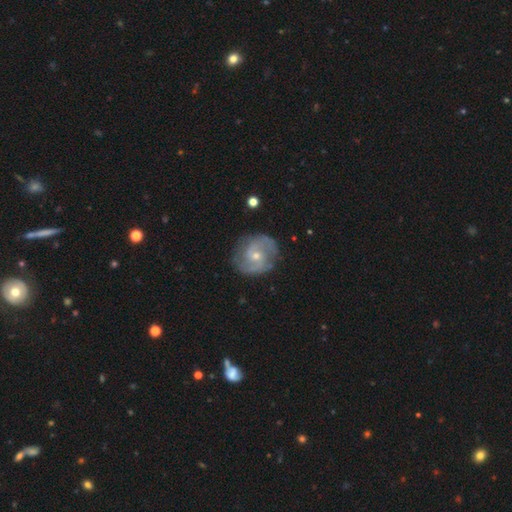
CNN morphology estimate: featured or disk 84%, smooth 10%, star or artifact 6%. Down the decision tree: edge-on disk — no (98%); bar — no (47%); spiral arms — yes (95%); spiral arm count — 2 (85%); spiral winding — medium (50%); bulge size — small (54%); merging — none (81%).